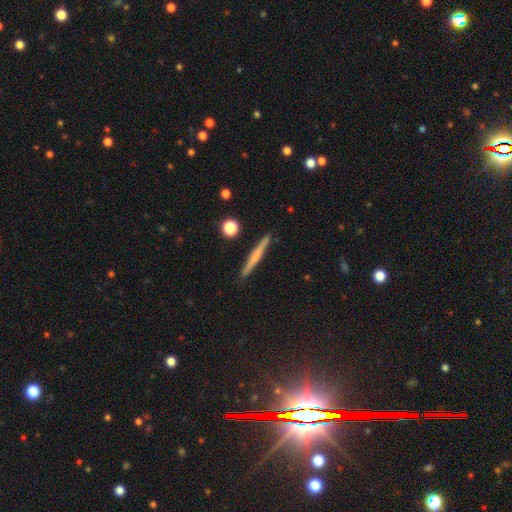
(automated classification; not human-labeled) smooth_or_featured: smooth (p=0.48) [alt: featured or disk p=0.45]
merging: none (p=0.90) [alt: minor disturbance p=0.07]